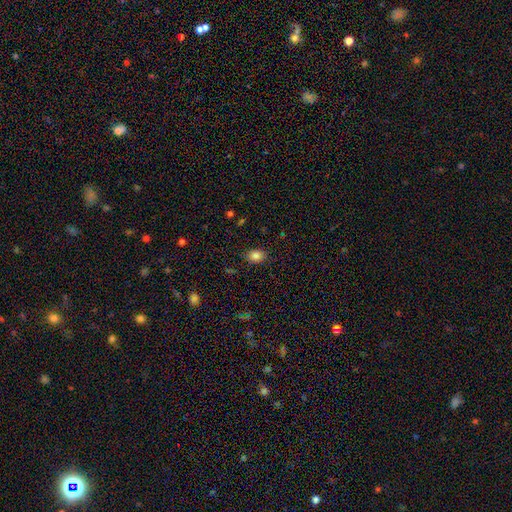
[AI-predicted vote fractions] This appears to be a smooth galaxy with no disk features (84%) that is in between round and cigar-shaped (65%). Merging: none (86%).